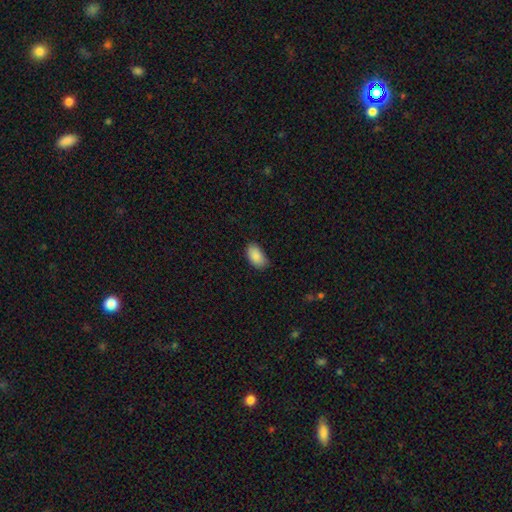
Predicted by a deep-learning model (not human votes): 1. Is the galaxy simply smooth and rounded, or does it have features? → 89% smooth, 7% star or artifact, 4% featured or disk.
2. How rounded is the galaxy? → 94% in between, 4% round, 2% cigar-shaped.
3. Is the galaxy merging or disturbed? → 75% none, 20% minor disturbance, 3% major disturbance, 1% merger.